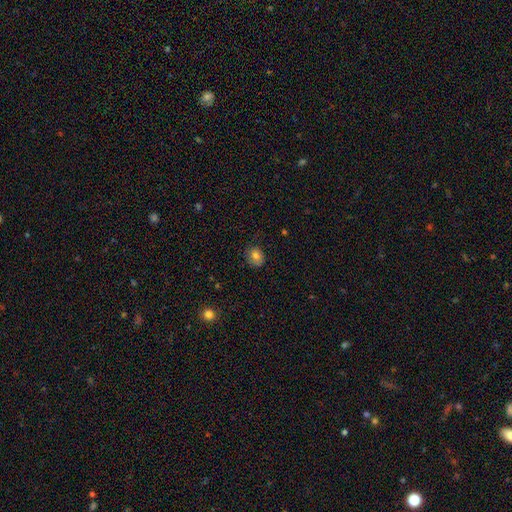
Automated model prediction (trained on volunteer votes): Smooth or featured?
  - smooth: 77% *
  - featured or disk: 13%
  - star or artifact: 11%
How rounded?
  - round: 72% *
  - in between: 28%
  - cigar-shaped: 1%
Merging?
  - none: 74% *
  - minor disturbance: 20%
  - major disturbance: 5%
  - merger: 1%